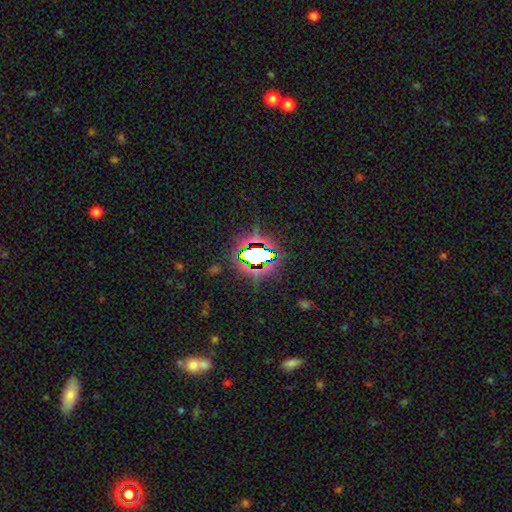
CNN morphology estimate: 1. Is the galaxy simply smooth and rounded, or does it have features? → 71% star or artifact, 18% smooth, 11% featured or disk.